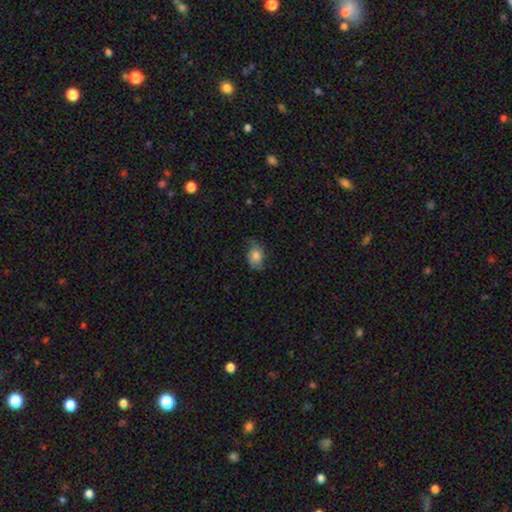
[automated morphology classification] This appears to be a smooth galaxy with no disk features (68%) that is in between round and cigar-shaped (76%). Merging: none (62%).